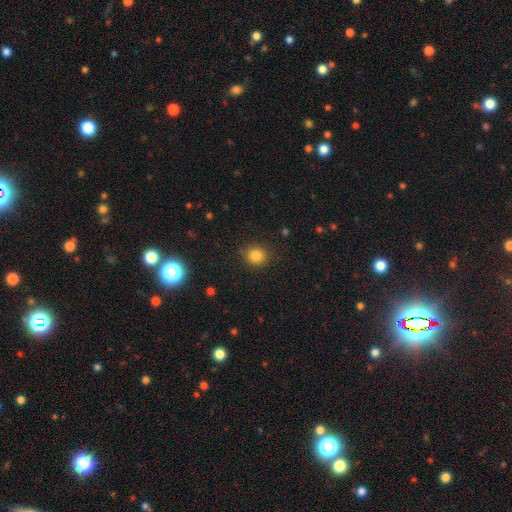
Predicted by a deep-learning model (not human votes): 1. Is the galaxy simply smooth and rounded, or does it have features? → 82% smooth, 12% star or artifact, 5% featured or disk.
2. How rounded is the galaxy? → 85% round, 14% in between, 1% cigar-shaped.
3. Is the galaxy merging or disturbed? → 85% none, 11% minor disturbance, 3% major disturbance, 1% merger.